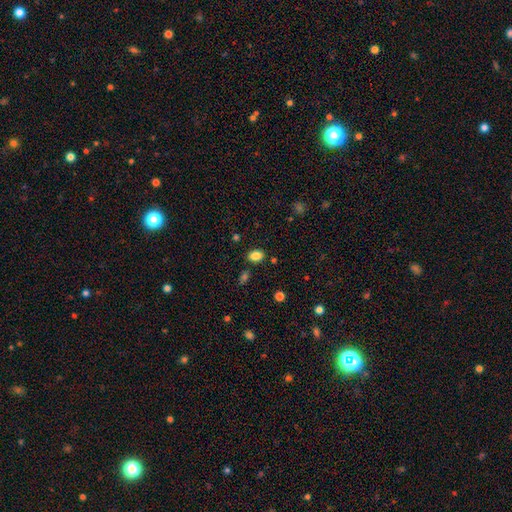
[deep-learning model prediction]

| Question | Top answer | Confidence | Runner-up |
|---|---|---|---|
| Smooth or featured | smooth | 84% | star or artifact (11%) |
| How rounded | in between | 76% | round (23%) |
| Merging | none | 82% | minor disturbance (11%) |